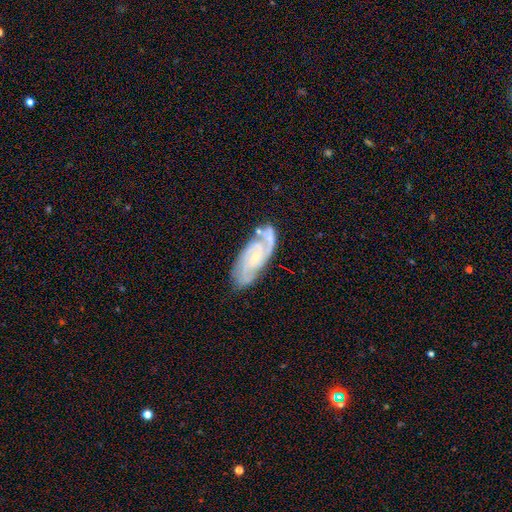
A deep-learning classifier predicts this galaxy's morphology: Overall: featured or disk (85%). Edge-on disk: no (94%). Bar: no (56%; weak 34%). Spiral arms: yes (97%). Spiral arm count: 2 (59%; 3 19%). Spiral winding: tight (54%; medium 38%). Bulge size: small (72%). Merging: none (69%).